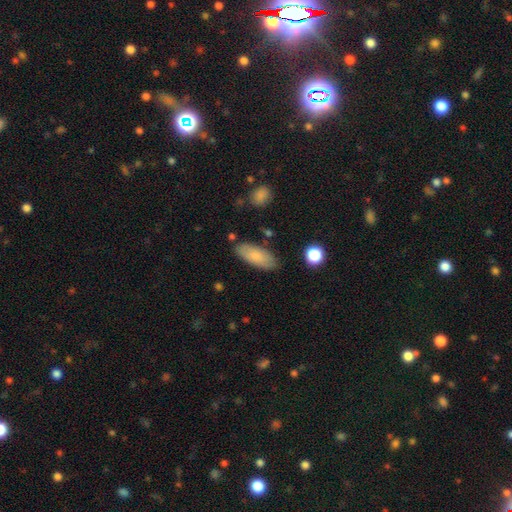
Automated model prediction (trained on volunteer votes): Smooth or featured? smooth (80%)
How rounded? in between (81%)
Merging? none (81%)